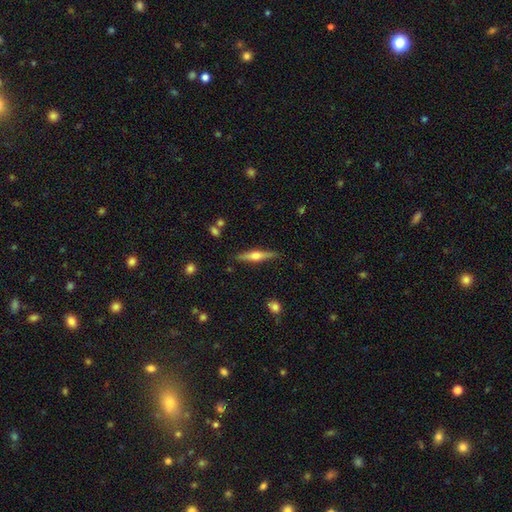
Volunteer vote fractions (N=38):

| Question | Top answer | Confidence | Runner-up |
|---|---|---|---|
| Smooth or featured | featured or disk | 74% | smooth (21%) |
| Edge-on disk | yes | 96% | no (4%) |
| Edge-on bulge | rounded | 96% | boxy (4%) |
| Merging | none | 86% | minor disturbance (11%) |